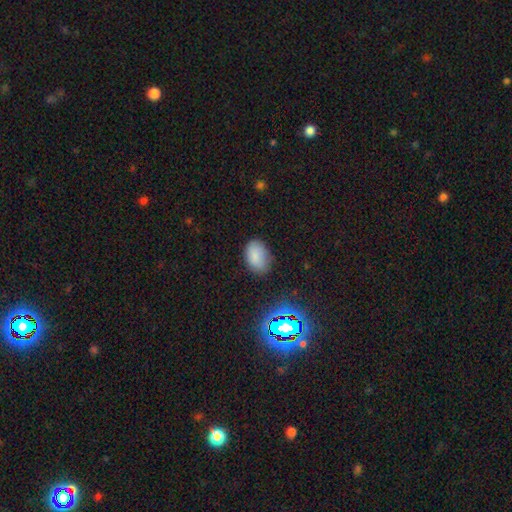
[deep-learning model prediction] The model was most divided on "merging": none: 77%, minor disturbance: 17%, major disturbance: 4%, merger: 2%. More confident: how rounded — in between (86%); smooth or featured — smooth (82%).